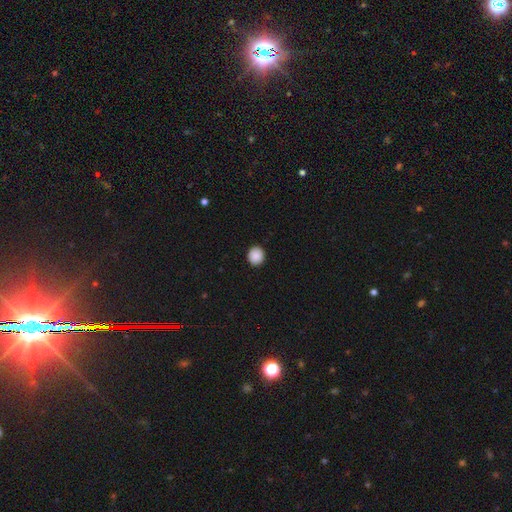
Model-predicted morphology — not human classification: smooth_or_featured: smooth (p=0.89) [alt: star or artifact p=0.08]
how_rounded: round (p=0.84) [alt: in between p=0.15]
merging: none (p=0.92) [alt: minor disturbance p=0.05]